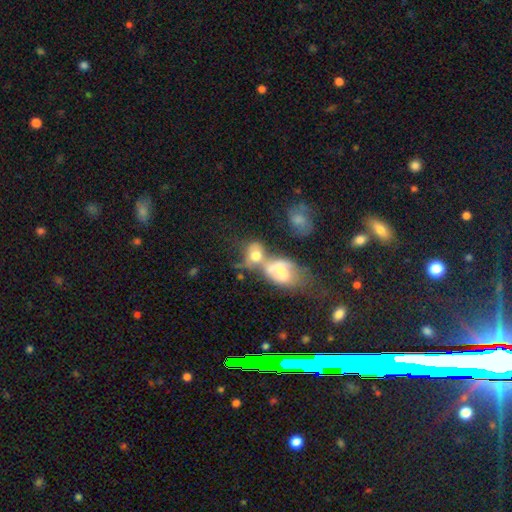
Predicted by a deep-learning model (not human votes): This is likely a smooth galaxy (60%). How rounded: possibly in between (60%). Merging: likely merger (67%).